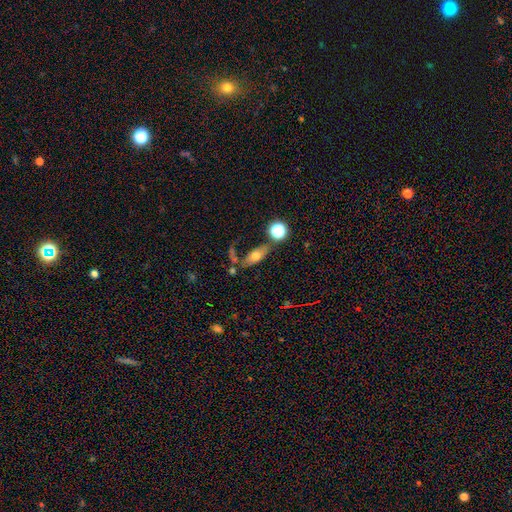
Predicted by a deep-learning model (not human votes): Smooth or featured: smooth — 63% (featured or disk — 25%)
How rounded: in between — 75% (cigar-shaped — 17%)
Merging: none — 56% (minor disturbance — 17%)